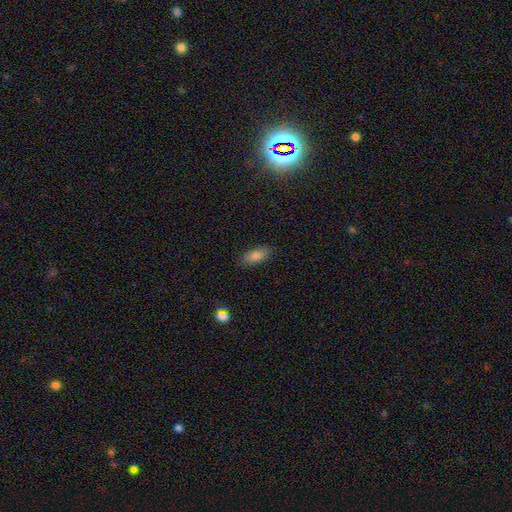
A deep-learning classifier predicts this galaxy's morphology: A smooth galaxy with no disk features (80%) that is in between round and cigar-shaped (83%).

Vote fractions:
- Smooth or featured? smooth: 80% / featured or disk: 11% / star or artifact: 9%
- How rounded? in between: 83% / cigar-shaped: 14% / round: 3%
- Merging? none: 87% / minor disturbance: 10% / major disturbance: 2% / merger: 1%